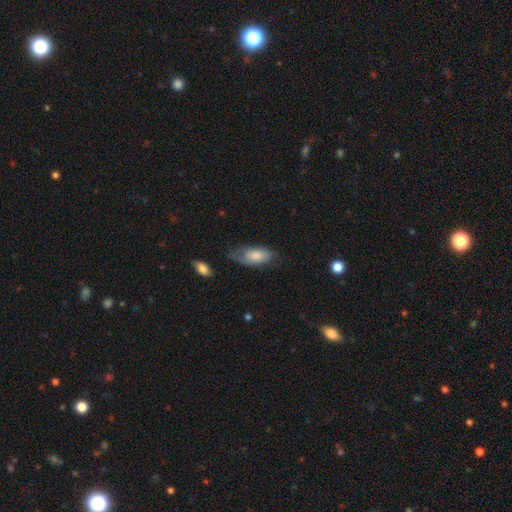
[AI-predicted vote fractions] Overall: smooth (72%). How rounded: in between (89%). Merging: none (47%; minor disturbance 34%).